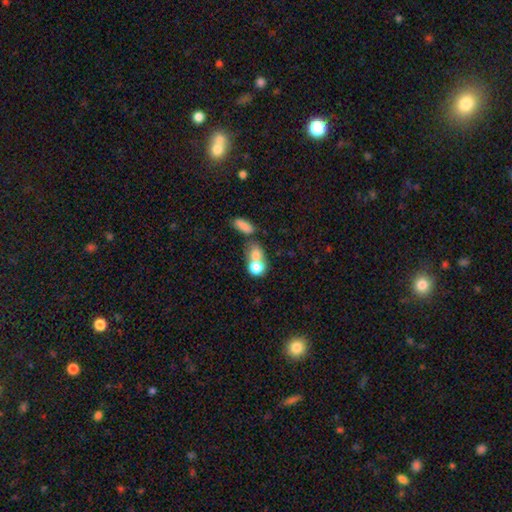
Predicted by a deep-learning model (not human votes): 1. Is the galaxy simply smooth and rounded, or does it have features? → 74% smooth, 14% featured or disk, 11% star or artifact.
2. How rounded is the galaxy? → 58% round, 40% in between, 2% cigar-shaped.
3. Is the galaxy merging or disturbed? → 60% merger, 28% none, 7% minor disturbance, 5% major disturbance.